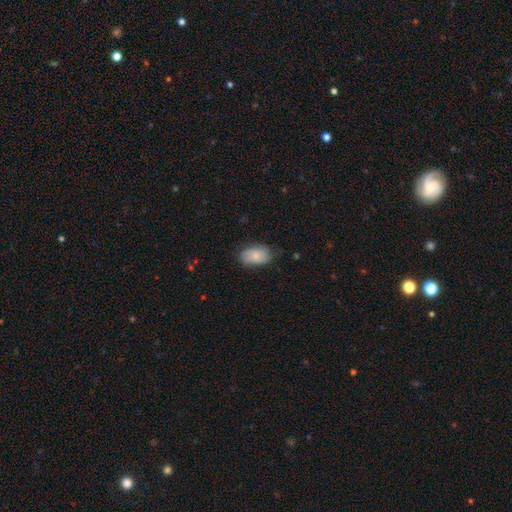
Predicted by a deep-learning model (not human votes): Q: Smooth or featured?
A: smooth (80%); runner-up: featured or disk (13%)
Q: How rounded?
A: in between (91%); runner-up: round (7%)
Q: Merging?
A: none (67%); runner-up: minor disturbance (26%)